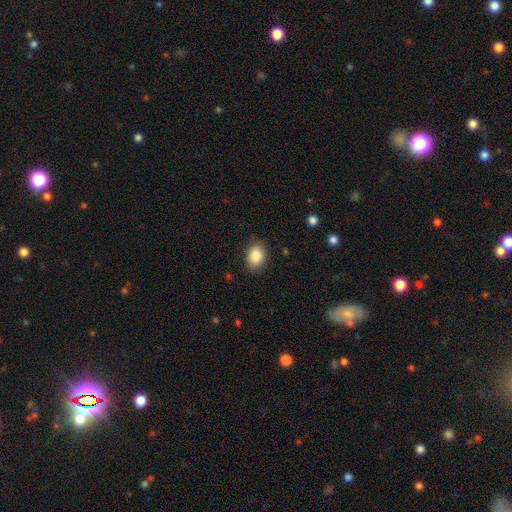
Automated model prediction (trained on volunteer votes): A smooth galaxy with no disk features (86%) that is in between round and cigar-shaped (73%).

Vote fractions:
- Smooth or featured? smooth: 86% / star or artifact: 8% / featured or disk: 6%
- How rounded? in between: 73% / round: 26% / cigar-shaped: 1%
- Merging? none: 86% / minor disturbance: 10% / major disturbance: 3% / merger: 1%